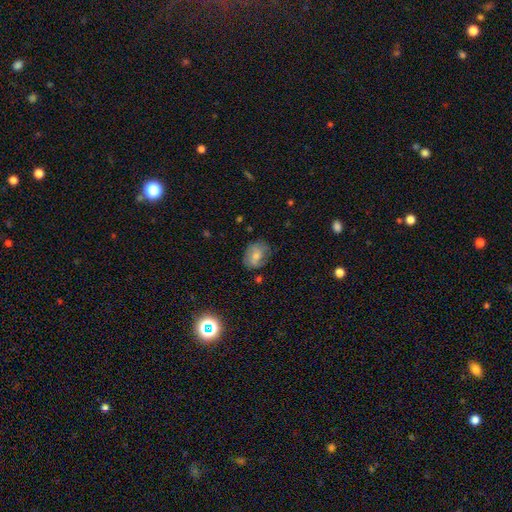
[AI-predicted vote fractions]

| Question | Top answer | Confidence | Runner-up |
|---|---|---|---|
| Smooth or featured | smooth | 61% | featured or disk (30%) |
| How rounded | in between | 63% | round (36%) |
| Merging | none | 62% | minor disturbance (27%) |